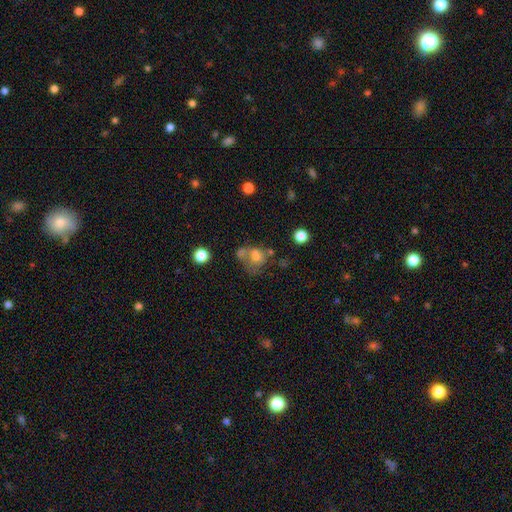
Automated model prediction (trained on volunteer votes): Smooth or featured: smooth — 60% (featured or disk — 26%)
How rounded: round — 55% (in between — 44%)
Merging: merger — 41% (none — 23%)